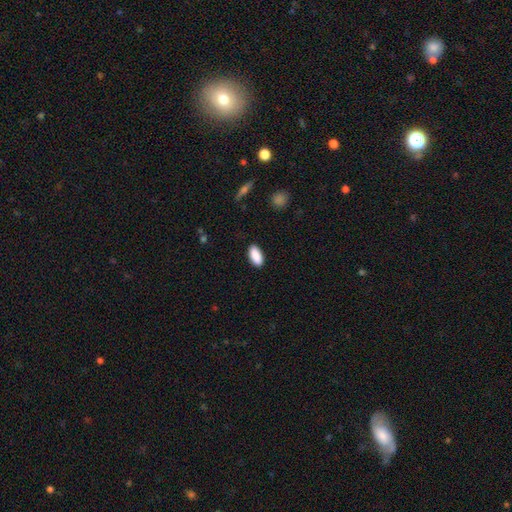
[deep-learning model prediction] Overall: smooth (90%). How rounded: in between (89%). Merging: none (88%).